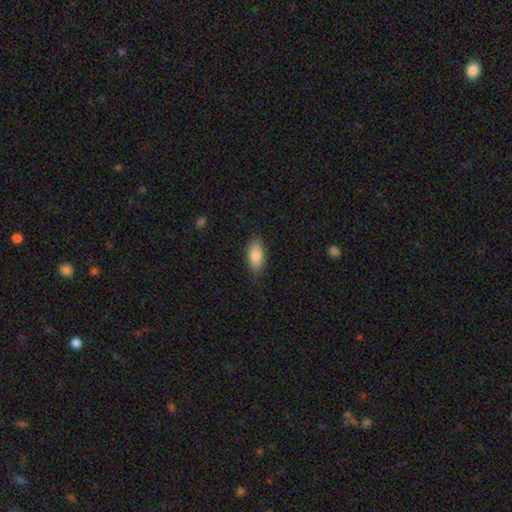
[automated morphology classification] smooth-or-featured: smooth: 85% | featured or disk: 9% | star or artifact: 7%
  how-rounded: in between: 91% | cigar-shaped: 6% | round: 3%
  merging: none: 84% | minor disturbance: 12% | major disturbance: 3% | merger: 1%